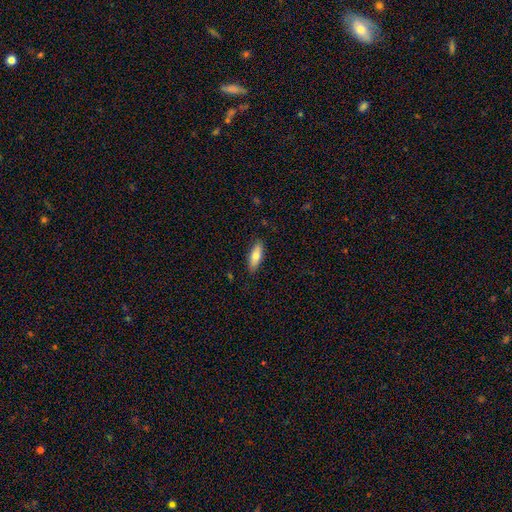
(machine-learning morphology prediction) Smooth or featured?
  - smooth: 74% *
  - featured or disk: 19%
  - star or artifact: 6%
How rounded?
  - in between: 63% *
  - cigar-shaped: 35%
  - round: 2%
Merging?
  - none: 87% *
  - minor disturbance: 10%
  - major disturbance: 2%
  - merger: 1%